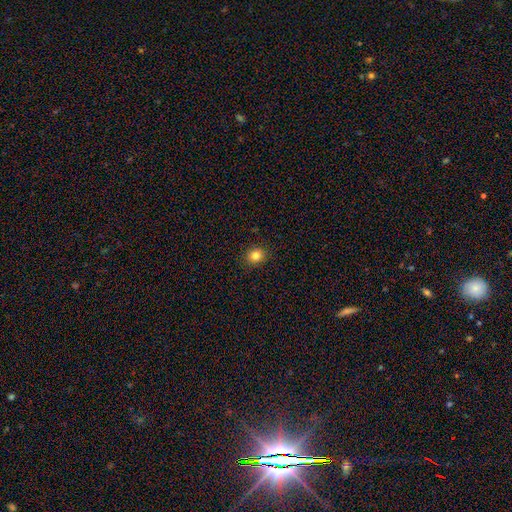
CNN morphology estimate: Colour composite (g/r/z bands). It shows a smooth galaxy with no disk features (83%) that is round (71%). Merging: none (91%).